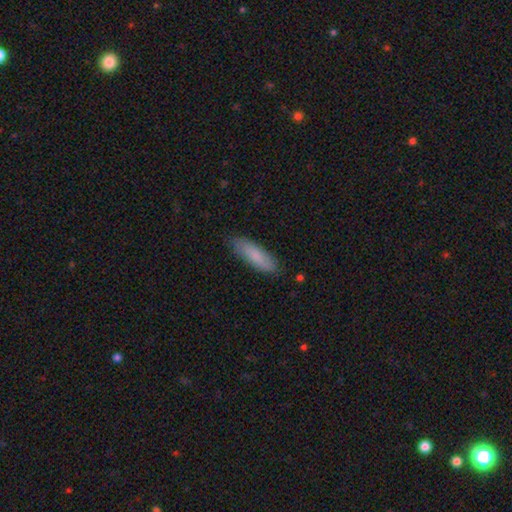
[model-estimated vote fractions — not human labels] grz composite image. It shows a smooth galaxy with no disk features (82%) that is cigar-shaped (58%). Merging: none (84%).